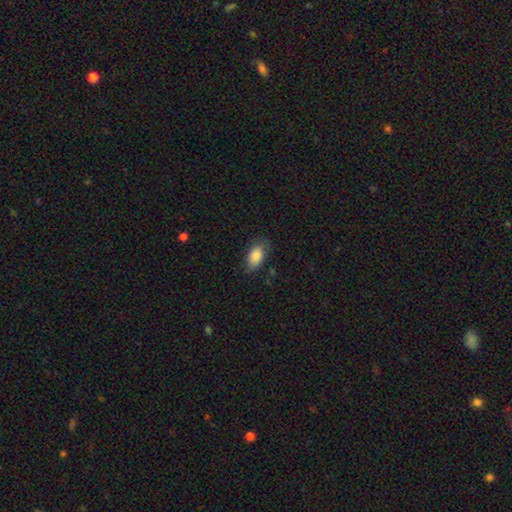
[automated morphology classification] Smooth or featured? Predicted: smooth (p=0.86). How rounded? Predicted: in between (p=0.92). Merging? Predicted: none (p=0.72).